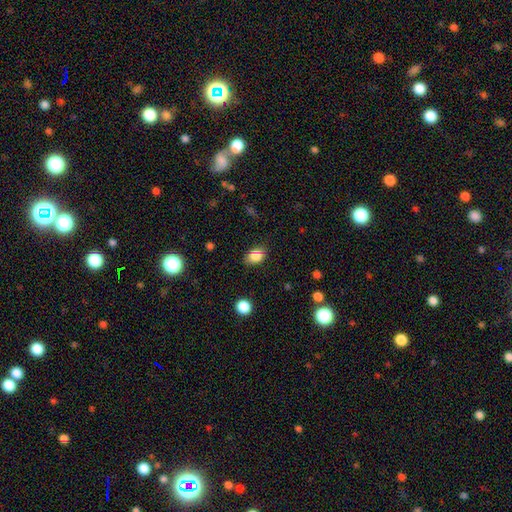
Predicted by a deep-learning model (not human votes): smooth_or_featured: smooth (p=0.83) [alt: star or artifact p=0.09]
how_rounded: in between (p=0.76) [alt: round p=0.23]
merging: none (p=0.81) [alt: minor disturbance p=0.14]